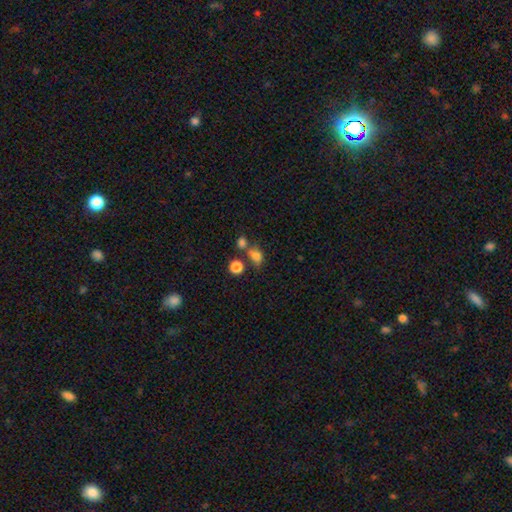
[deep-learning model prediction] smooth-or-featured: smooth: 74% | star or artifact: 15% | featured or disk: 10%
  how-rounded: in between: 62% | round: 36% | cigar-shaped: 2%
  merging: none: 45% | merger: 31% | minor disturbance: 16% | major disturbance: 8%